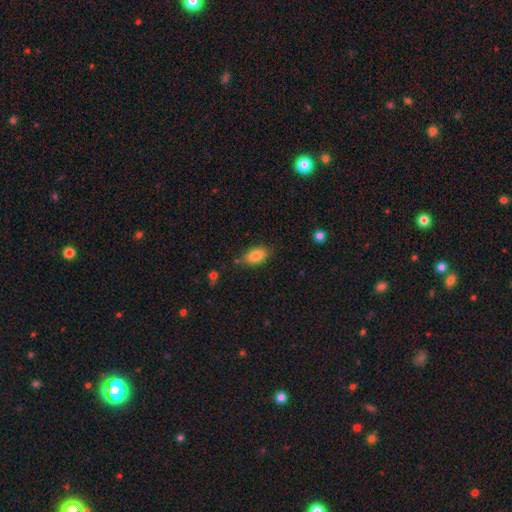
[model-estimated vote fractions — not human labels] This is clearly a smooth galaxy (85%). How rounded: clearly in between (91%). Merging: likely none (78%).